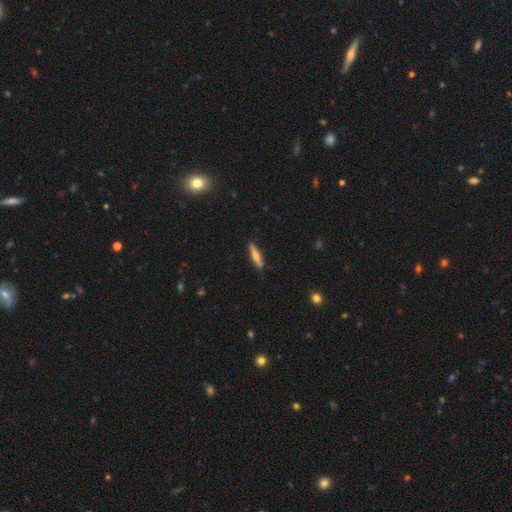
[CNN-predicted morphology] This is possibly a featured or disk galaxy (53%). It is clearly viewed edge-on (95%). Edge-on bulge: clearly rounded (89%). Merging: clearly none (87%).